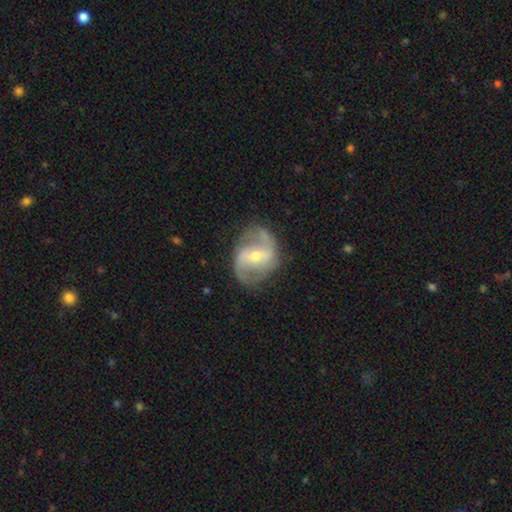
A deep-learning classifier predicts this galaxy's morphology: smooth-or-featured: featured or disk: 85% | smooth: 9% | star or artifact: 6%
  disk-edge-on: no: 97% | yes: 3%
    bar: weak: 43% | strong: 36% | no: 21%
    has-spiral-arms: yes: 93% | no: 7%
      spiral-winding: medium: 48% | loose: 35% | tight: 17%
      spiral-arm-count: 2: 87% | can't tell: 5% | 3: 4% | 1: 2% | 4: 1% | more than 4: 1%
    bulge-size: moderate: 48% (tied) | small: 48% (tied) | large: 2% | none: 1% | dominant: 1%
  merging: none: 74% | minor disturbance: 16% | major disturbance: 8% | merger: 1%